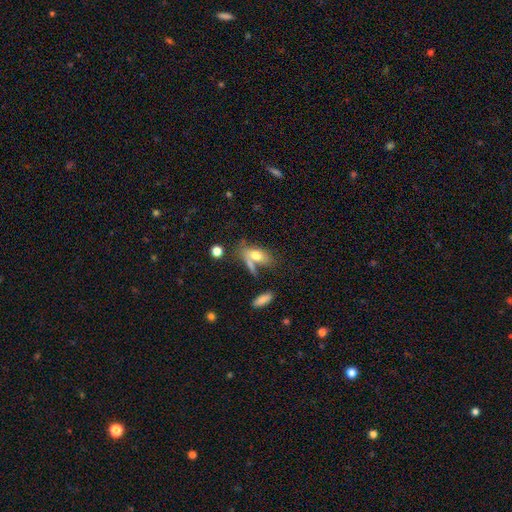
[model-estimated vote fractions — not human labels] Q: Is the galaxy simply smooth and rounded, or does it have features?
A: smooth — 70%.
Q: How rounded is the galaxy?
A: in between — 82%.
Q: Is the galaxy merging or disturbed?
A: none — 44%.